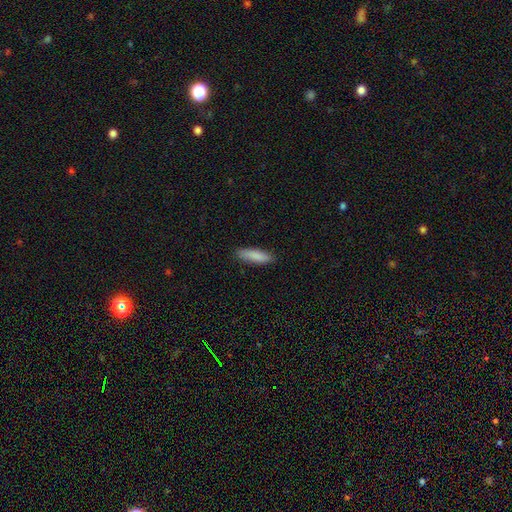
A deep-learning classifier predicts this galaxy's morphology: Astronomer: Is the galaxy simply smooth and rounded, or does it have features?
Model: smooth — 87%.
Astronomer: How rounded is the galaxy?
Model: cigar-shaped — 61% (runner-up: in between, 37%).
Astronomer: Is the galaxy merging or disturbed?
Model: none — 86%.